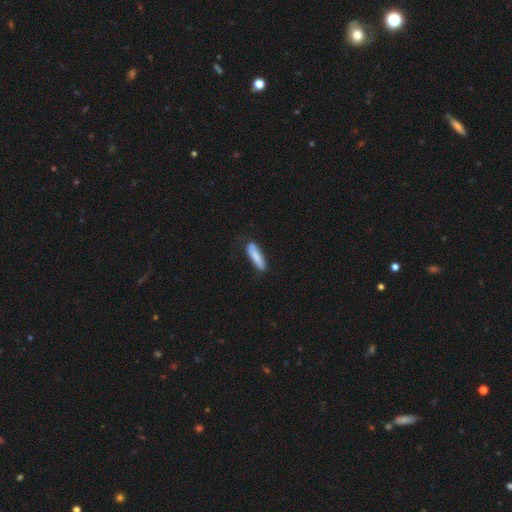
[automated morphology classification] Smooth or featured: smooth — 80% (featured or disk — 14%)
How rounded: cigar-shaped — 74% (in between — 24%)
Merging: none — 74% (minor disturbance — 20%)